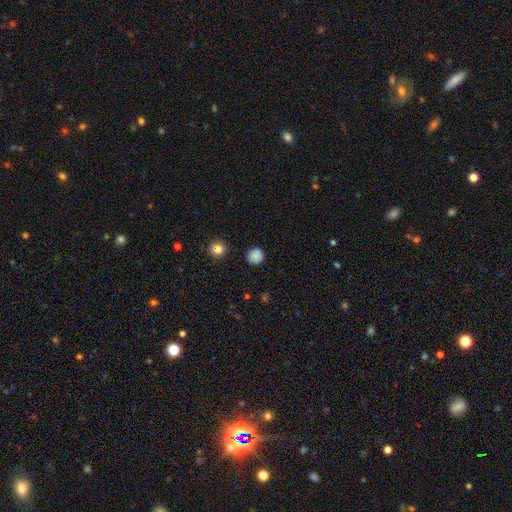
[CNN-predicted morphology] A smooth galaxy with no disk features (85%) that is round (93%). Merging: none (89%).